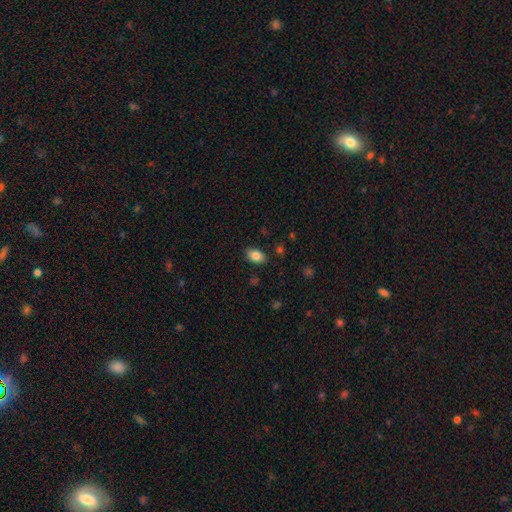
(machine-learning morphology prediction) This appears to be a smooth galaxy with no disk features (86%) that is in between round and cigar-shaped (87%). Merging: none (85%).